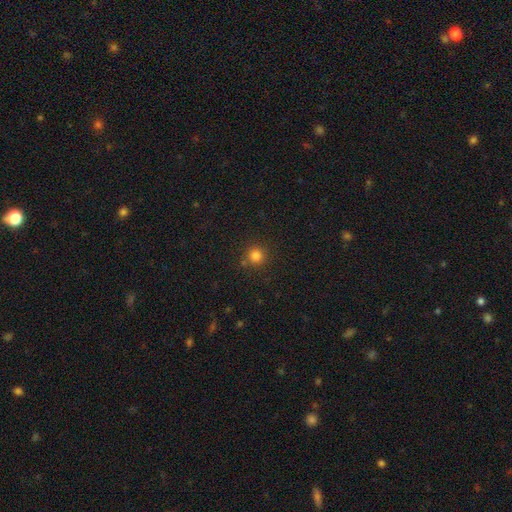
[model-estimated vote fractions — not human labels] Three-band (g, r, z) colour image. It shows a smooth galaxy with no disk features (81%) that is round (94%). Merging: none (83%).